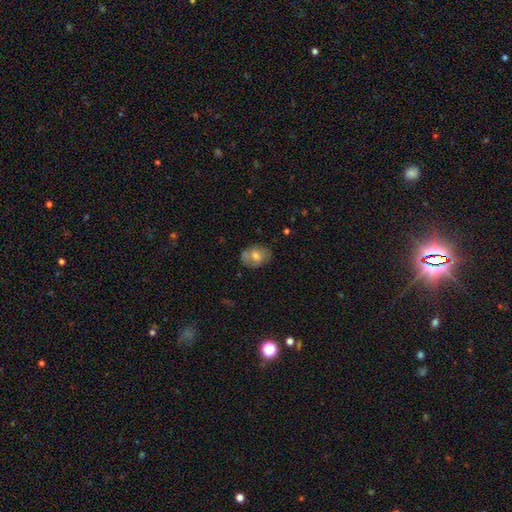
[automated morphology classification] smooth_or_featured: smooth (p=0.61) [alt: featured or disk p=0.28]
how_rounded: in between (p=0.60) [alt: round p=0.39]
merging: none (p=0.70) [alt: minor disturbance p=0.20]